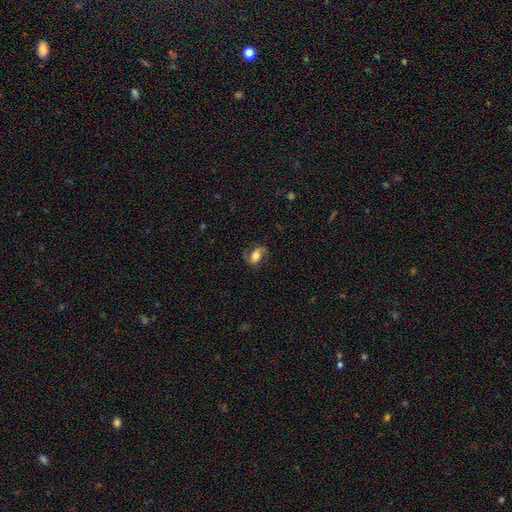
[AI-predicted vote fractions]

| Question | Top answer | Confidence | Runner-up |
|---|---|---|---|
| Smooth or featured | featured or disk | 56% | smooth (35%) |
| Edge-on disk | no | 95% | yes (5%) |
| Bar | no | 43% | weak (33%) |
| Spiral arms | yes | 89% | no (11%) |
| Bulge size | moderate | 39% | large (38%) |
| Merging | none | 70% | minor disturbance (18%) |